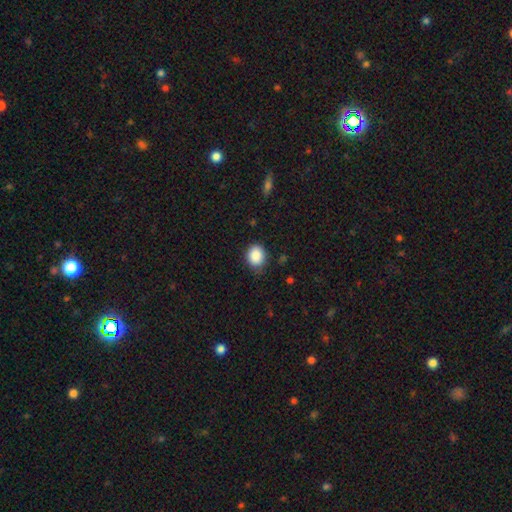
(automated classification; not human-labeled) Overall: smooth (88%). How rounded: round (59%; in between 40%). Merging: none (78%).